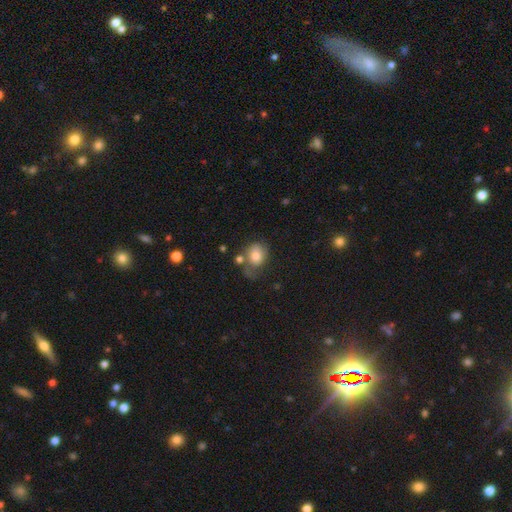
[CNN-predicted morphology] Smooth or featured? Predicted: smooth (p=0.73). How rounded? Predicted: in between (p=0.55). Merging? Predicted: none (p=0.40).